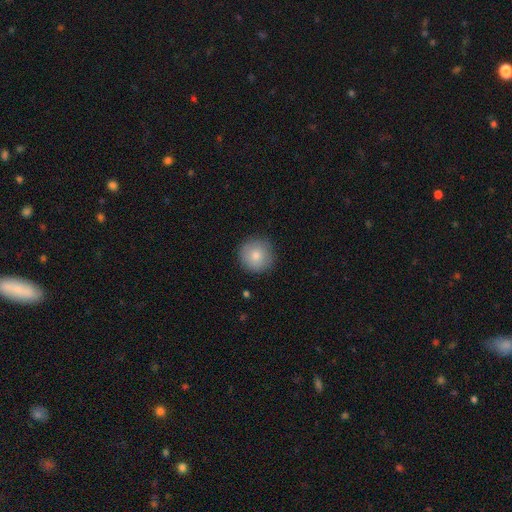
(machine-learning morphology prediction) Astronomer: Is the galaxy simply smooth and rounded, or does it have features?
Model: smooth — 81%.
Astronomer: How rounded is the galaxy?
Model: round — 95%.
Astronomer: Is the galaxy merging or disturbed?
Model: none — 89%.